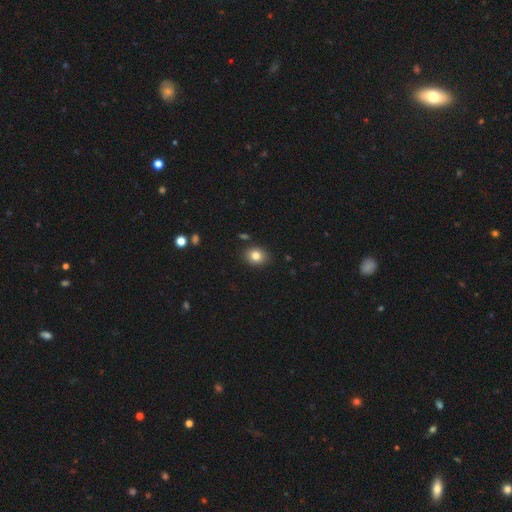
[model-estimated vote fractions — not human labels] Smooth or featured?
  - smooth: 82% *
  - star or artifact: 10%
  - featured or disk: 8%
How rounded?
  - round: 51% *
  - in between: 48%
  - cigar-shaped: 1%
Merging?
  - none: 86% *
  - minor disturbance: 9%
  - merger: 2%
  - major disturbance: 2%